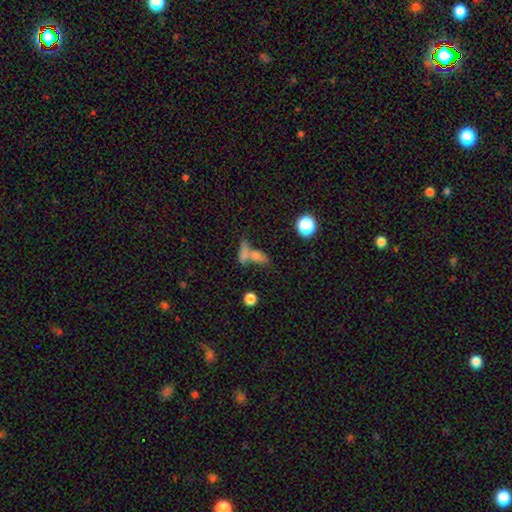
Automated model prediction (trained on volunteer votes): smooth_or_featured: smooth (p=0.67) [alt: featured or disk p=0.19]
how_rounded: in between (p=0.52) [alt: cigar-shaped p=0.34]
merging: merger (p=0.49) [alt: none p=0.35]